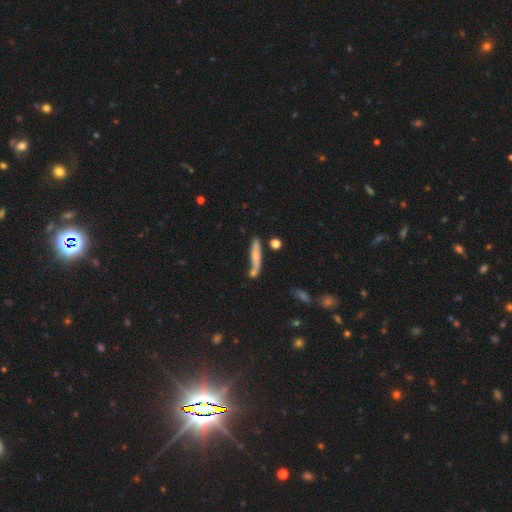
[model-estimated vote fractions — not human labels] Smooth or featured? Predicted: smooth (p=0.62). How rounded? Predicted: cigar-shaped (p=0.87). Merging? Predicted: none (p=0.54).